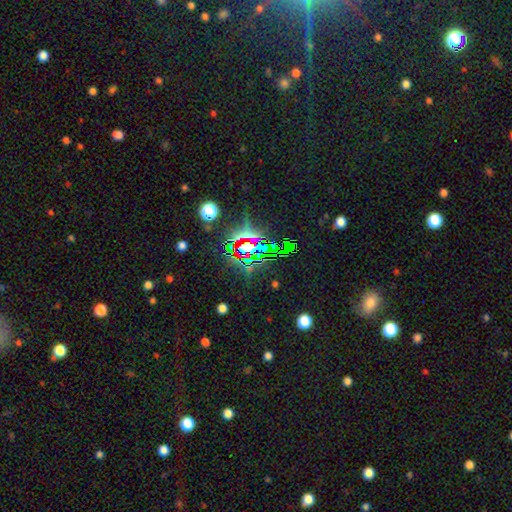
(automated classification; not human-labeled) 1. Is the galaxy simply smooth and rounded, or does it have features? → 78% star or artifact, 12% smooth, 10% featured or disk.